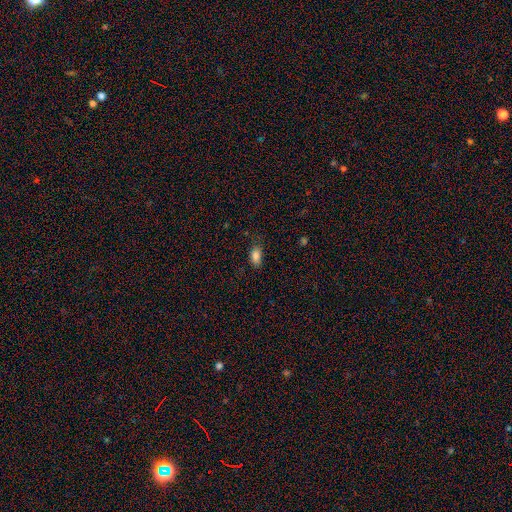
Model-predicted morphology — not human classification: Smooth or featured: smooth — 85% (star or artifact — 10%)
How rounded: in between — 88% (round — 9%)
Merging: none — 76% (minor disturbance — 18%)